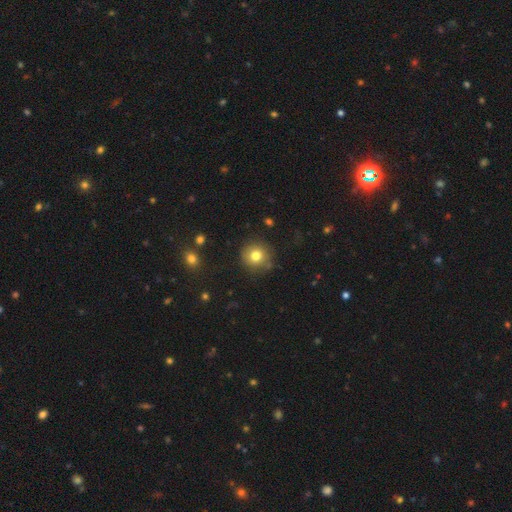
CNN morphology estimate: This appears to be a smooth galaxy with no disk features (78%) that is round (93%). Merging: none (86%).